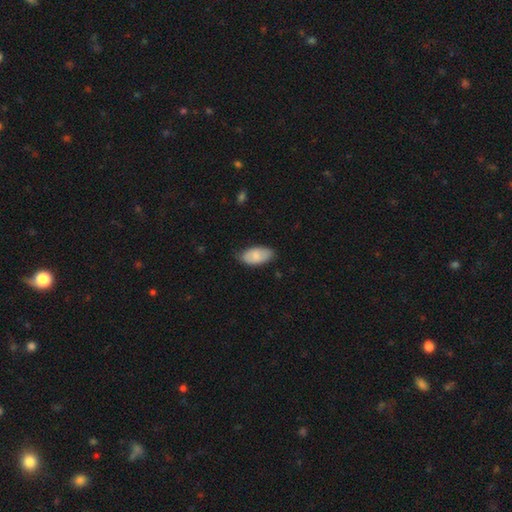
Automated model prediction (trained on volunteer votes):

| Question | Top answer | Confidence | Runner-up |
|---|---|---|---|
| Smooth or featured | smooth | 78% | featured or disk (16%) |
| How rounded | in between | 95% | round (3%) |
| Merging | none | 71% | minor disturbance (24%) |